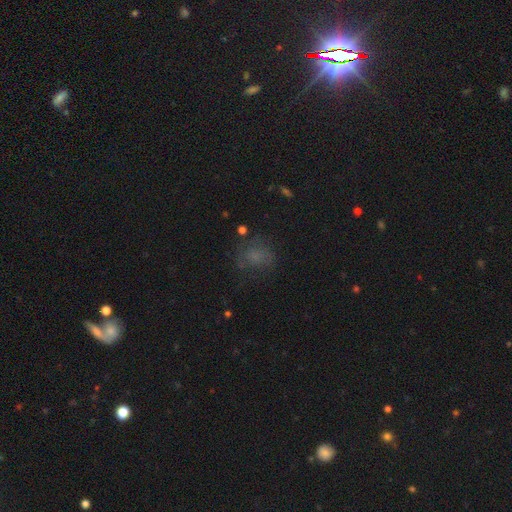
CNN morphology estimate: Smooth or featured: smooth — 57% (star or artifact — 23%)
How rounded: round — 65% (in between — 33%)
Merging: none — 59% (minor disturbance — 20%)